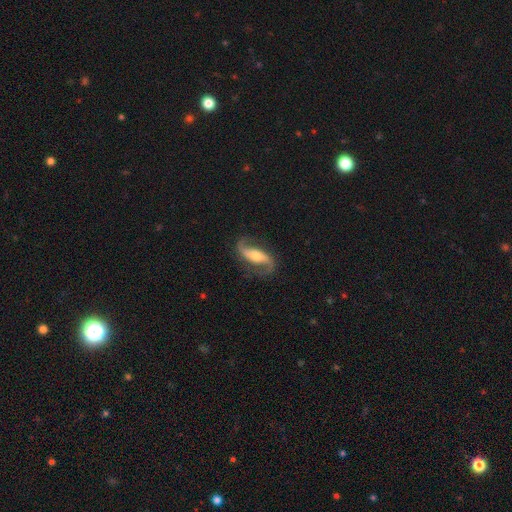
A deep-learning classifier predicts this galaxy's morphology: The model was most divided on "bar": strong: 41%, weak: 31%, no: 28%. More confident: spiral arms — yes (97%); edge-on disk — no (95%); spiral arm count — 2 (93%); smooth or featured — featured or disk (89%); merging — none (82%); bulge size — moderate (61%); spiral winding — loose (55%).